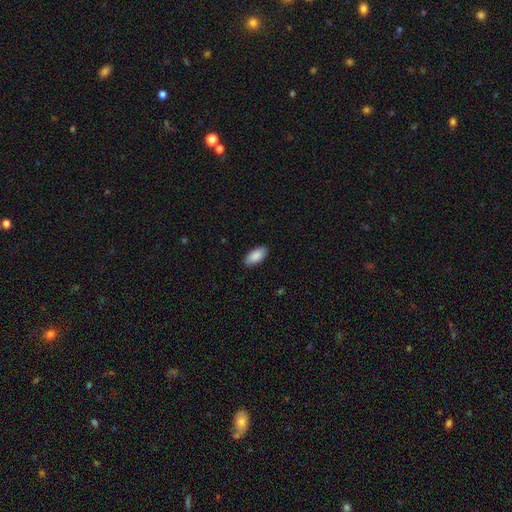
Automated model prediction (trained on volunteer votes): Morphology: type=smooth (90%); roundness=in between (91%); merging=none (88%).